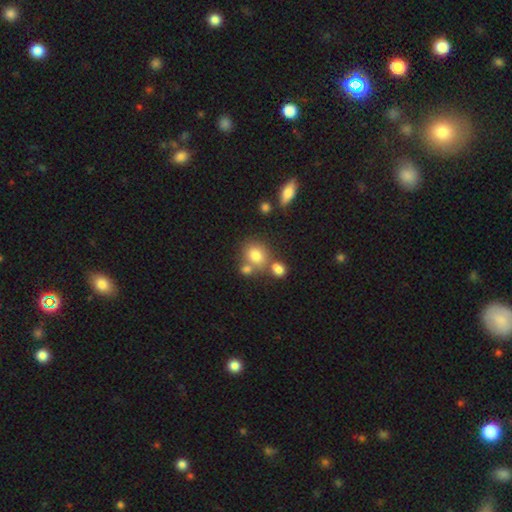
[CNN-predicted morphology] type=smooth (77%); roundness=round (62%); merging=none (54%).